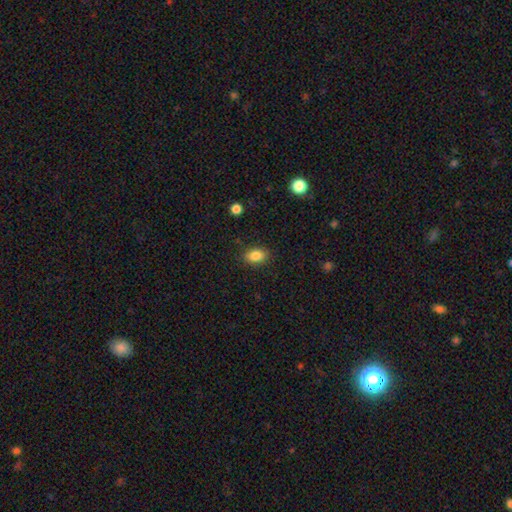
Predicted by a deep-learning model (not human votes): Morphology: type=smooth (85%); roundness=in between (83%); merging=none (87%).